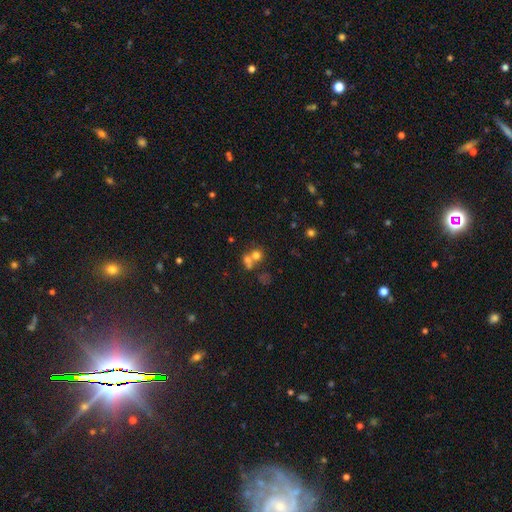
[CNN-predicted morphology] Smooth or featured?
  - smooth: 64% *
  - featured or disk: 18%
  - star or artifact: 18%
How rounded?
  - round: 81% *
  - in between: 17%
  - cigar-shaped: 1%
Merging?
  - merger: 53% *
  - none: 36%
  - minor disturbance: 6%
  - major disturbance: 4%